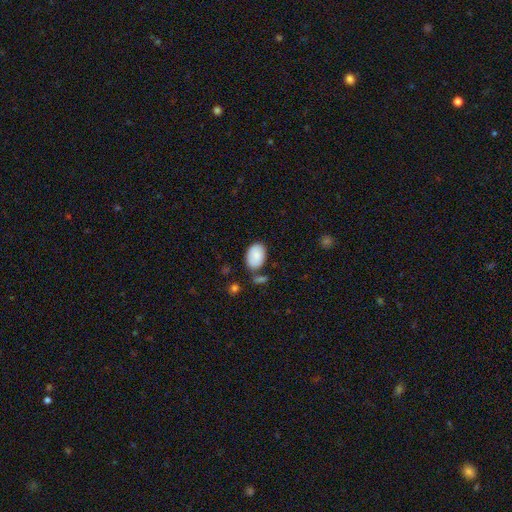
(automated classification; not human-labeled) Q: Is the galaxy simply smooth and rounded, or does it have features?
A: smooth — 86%.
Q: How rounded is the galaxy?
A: in between — 91%.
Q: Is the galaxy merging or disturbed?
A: none — 67%.